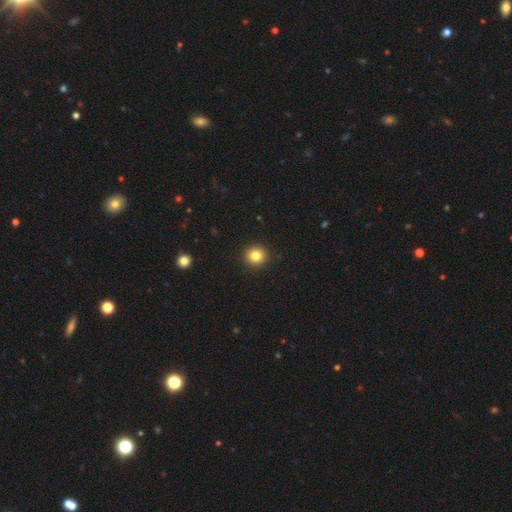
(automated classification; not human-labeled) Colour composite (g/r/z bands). It shows a smooth galaxy with no disk features (83%) that is round (91%). Merging: none (93%).